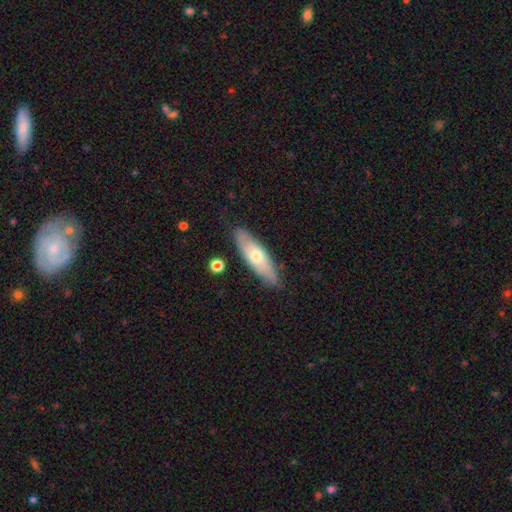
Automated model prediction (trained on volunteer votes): Smooth or featured? Predicted: featured or disk (p=0.47). Merging? Predicted: none (p=0.84).